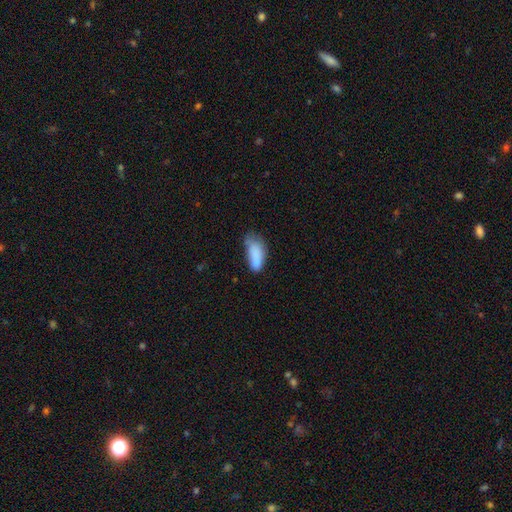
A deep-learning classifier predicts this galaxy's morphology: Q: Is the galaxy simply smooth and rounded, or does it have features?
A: smooth — 80%.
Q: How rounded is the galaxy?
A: in between — 79%.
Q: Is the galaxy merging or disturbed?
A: minor disturbance — 37%.